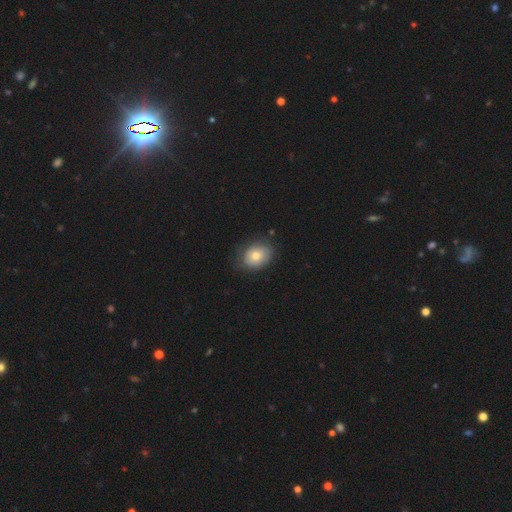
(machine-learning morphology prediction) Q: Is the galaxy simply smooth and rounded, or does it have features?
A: smooth — 76%.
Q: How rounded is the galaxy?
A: in between — 60%.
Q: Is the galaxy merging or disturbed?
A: none — 72%.